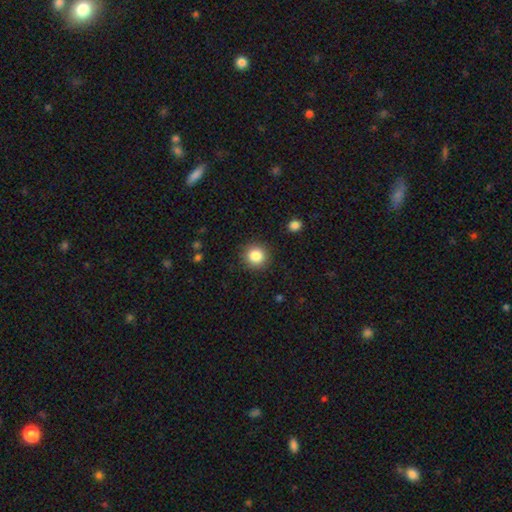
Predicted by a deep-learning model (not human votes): Overall: smooth (84%). How rounded: round (93%). Merging: none (90%).